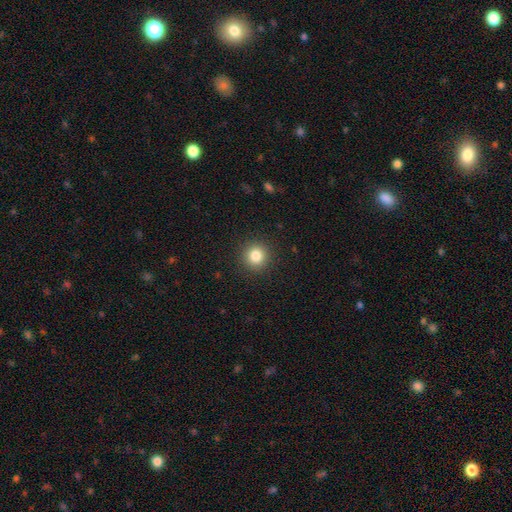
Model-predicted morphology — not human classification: A smooth galaxy with no disk features (83%) that is round (93%). Merging: none (91%).